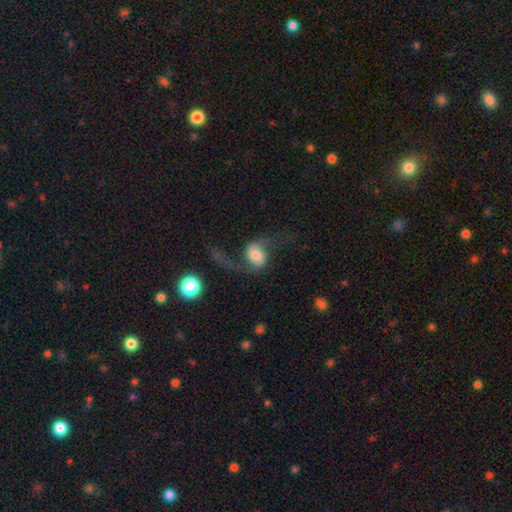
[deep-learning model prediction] smooth-or-featured: featured or disk: 72% | smooth: 20% | star or artifact: 8%
  disk-edge-on: no: 97% | yes: 3%
    bar: no: 58% | weak: 33% | strong: 9%
    has-spiral-arms: yes: 93% | no: 7%
      spiral-winding: loose: 84% | medium: 13% | tight: 3%
      spiral-arm-count: 2: 89% | 1: 6% | can't tell: 2% | 3: 1% | 4: 1% | more than 4: 1%
    bulge-size: moderate: 35% | large: 33% | small: 14% | dominant: 12% | none: 6%
  merging: none: 49% | major disturbance: 30% | minor disturbance: 16% | merger: 5%